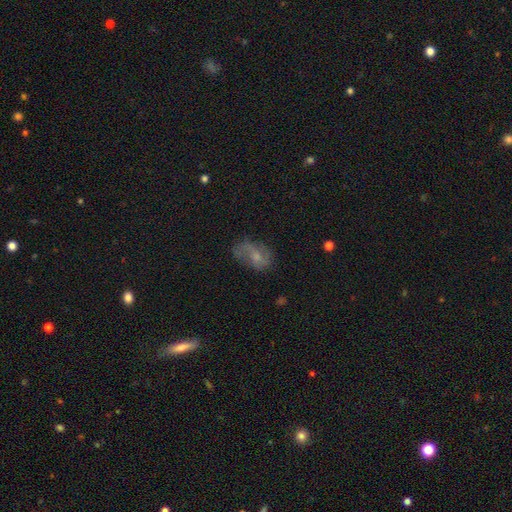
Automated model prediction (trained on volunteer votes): smooth-or-featured: featured or disk: 46% | smooth: 43% | star or artifact: 11%
  merging: none: 51% | minor disturbance: 27% | major disturbance: 19% | merger: 3%